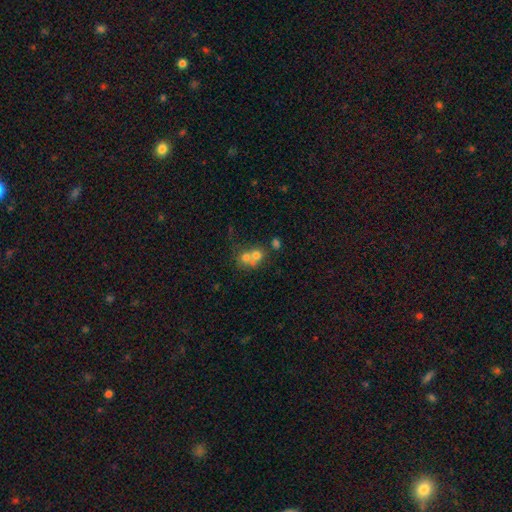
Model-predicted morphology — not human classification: This is possibly a smooth galaxy (53%). How rounded: likely round (75%). Merging: possibly merger (55%).